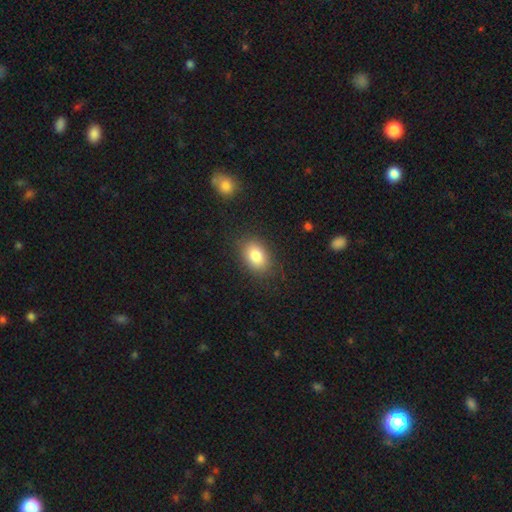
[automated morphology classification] This is clearly a smooth galaxy (83%). How rounded: clearly in between (81%). Merging: clearly none (83%).